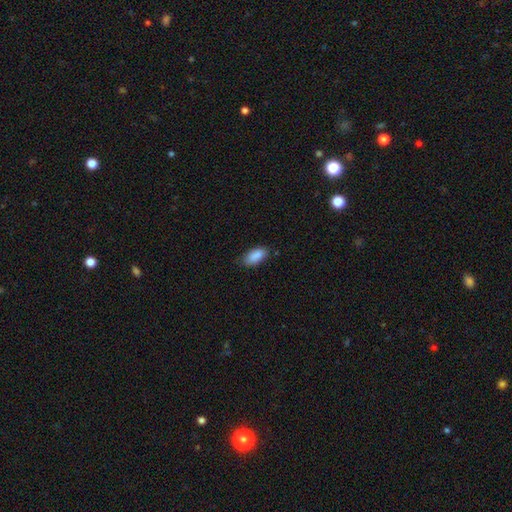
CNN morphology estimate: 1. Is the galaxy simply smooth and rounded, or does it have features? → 89% smooth, 7% star or artifact, 5% featured or disk.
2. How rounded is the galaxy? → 89% in between, 8% cigar-shaped, 2% round.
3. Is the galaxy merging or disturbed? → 75% none, 20% minor disturbance, 3% major disturbance, 2% merger.